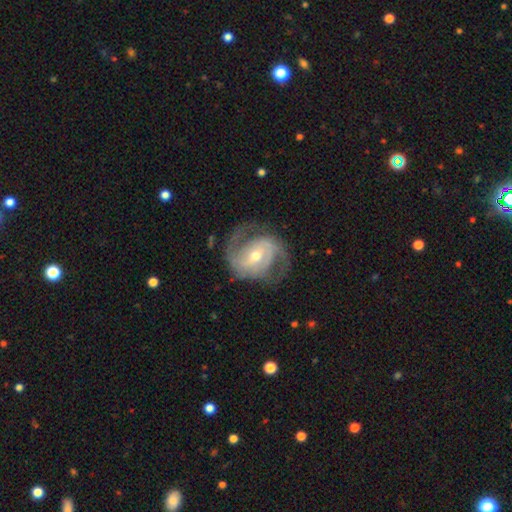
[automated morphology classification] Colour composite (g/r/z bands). It shows a featured or disk galaxy (89%) with a weak bar (43%), 2 (78%) medium (51%) spiral arms (96%) and a moderate central bulge (53%). Merging: none (73%).